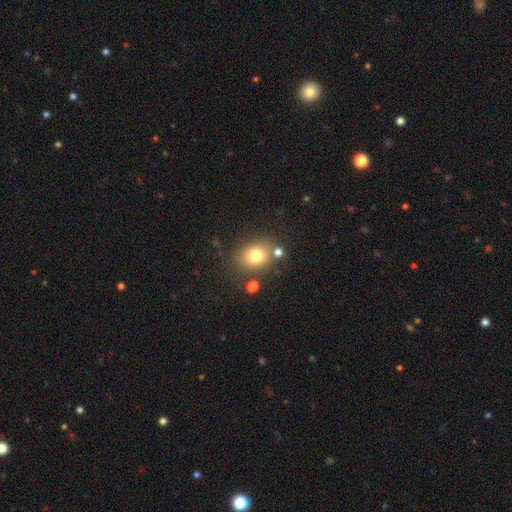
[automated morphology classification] Smooth or featured: smooth — 77% (star or artifact — 12%)
How rounded: round — 55% (in between — 44%)
Merging: none — 73% (minor disturbance — 13%)